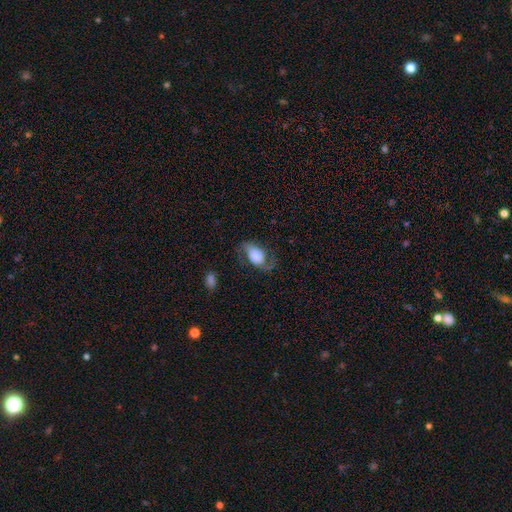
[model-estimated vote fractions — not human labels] A featured or disk galaxy (61%) with no bar (64%), 2 (88%) loose (62%) spiral arms (89%) and a large central bulge (33%).

Vote fractions:
- Smooth or featured? featured or disk: 61% / smooth: 31% / star or artifact: 9%
- Edge-on disk? no: 96% / yes: 4%
- Bar? no: 64% / weak: 26% / strong: 10%
- Spiral arms? yes: 89% / no: 11%
- Spiral winding? loose: 62% / medium: 30% / tight: 9%
- Spiral arm count? 2: 88% / 1: 6% / can't tell: 3% / 3: 1% / 4: 1% / more than 4: 1%
- Bulge size? large: 33% / dominant: 30% / none: 21% / small: 8% / moderate: 7%
- Merging? none: 58% / minor disturbance: 21% / major disturbance: 19% / merger: 3%